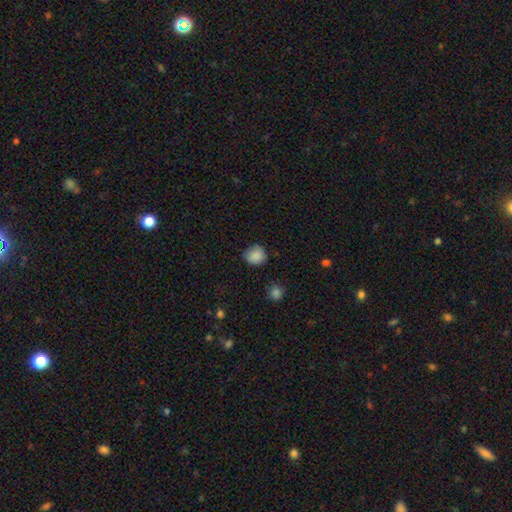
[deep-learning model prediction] The model was most divided on "how rounded": round: 78%, in between: 21%, cigar-shaped: 1%. More confident: smooth or featured — smooth (87%); merging — none (77%).